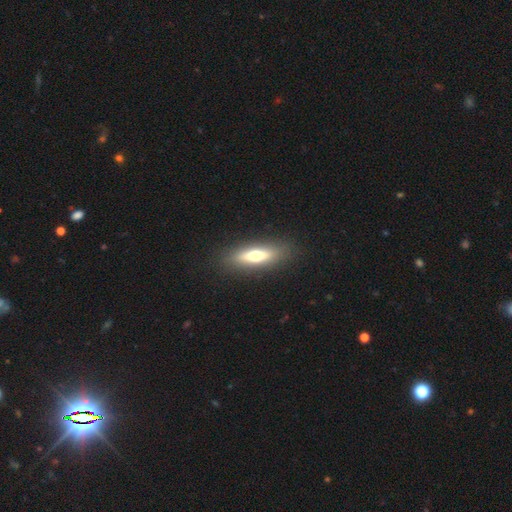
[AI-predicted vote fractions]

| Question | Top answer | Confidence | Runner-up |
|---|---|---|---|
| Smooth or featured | smooth | 56% | featured or disk (37%) |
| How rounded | cigar-shaped | 56% | in between (41%) |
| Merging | none | 88% | minor disturbance (8%) |